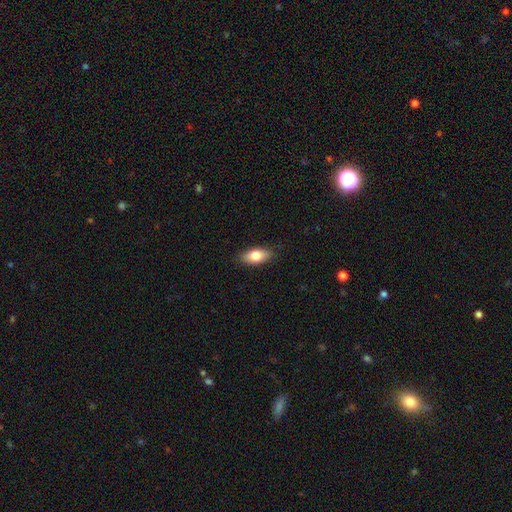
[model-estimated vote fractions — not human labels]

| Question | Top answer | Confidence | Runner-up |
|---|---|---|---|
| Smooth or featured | smooth | 77% | featured or disk (16%) |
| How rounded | in between | 86% | cigar-shaped (10%) |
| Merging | none | 87% | minor disturbance (10%) |